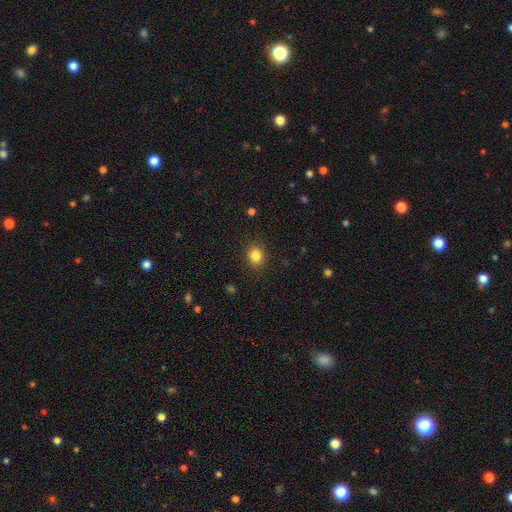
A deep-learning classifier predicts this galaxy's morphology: This appears to be a smooth galaxy with no disk features (84%) that is round (66%). Merging: none (87%).